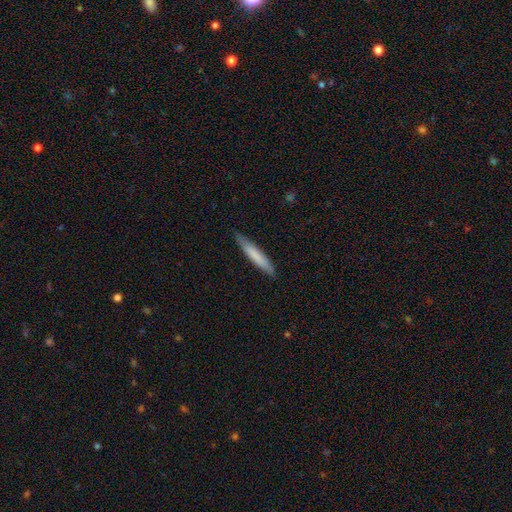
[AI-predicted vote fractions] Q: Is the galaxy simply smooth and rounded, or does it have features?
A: smooth — 74%.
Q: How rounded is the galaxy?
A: cigar-shaped — 92%.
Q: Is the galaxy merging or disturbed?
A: none — 86%.